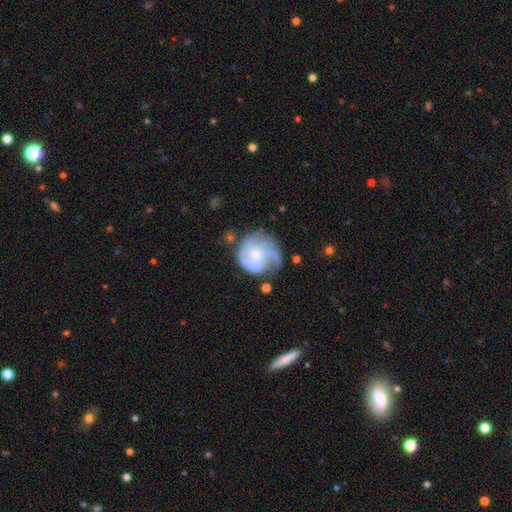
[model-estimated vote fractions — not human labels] featured or disk 80%, smooth 14%, star or artifact 6%. Down the decision tree: edge-on disk — no (98%); bar — no (72%); spiral arms — yes (93%); spiral arm count — 3 (33%); spiral winding — tight (42%); bulge size — small (59%); merging — none (59%).